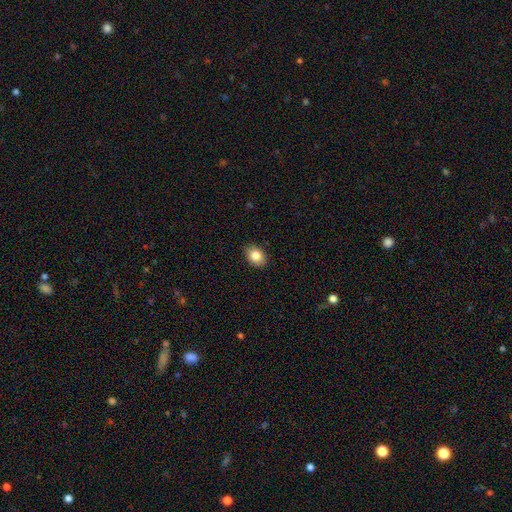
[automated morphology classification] Smooth or featured? smooth (84%)
How rounded? in between (68%)
Merging? none (89%)